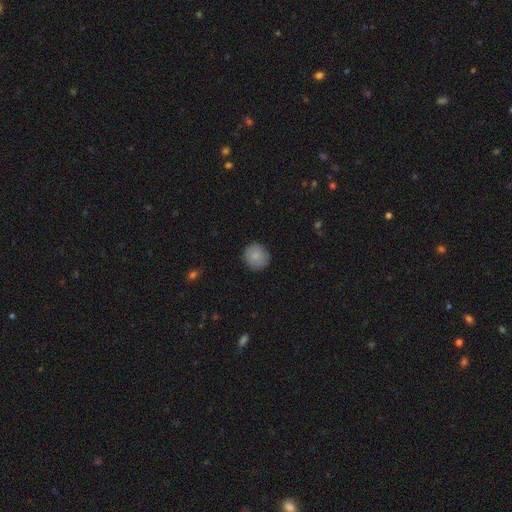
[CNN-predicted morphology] Smooth or featured? Predicted: smooth (p=0.86). How rounded? Predicted: round (p=0.93). Merging? Predicted: none (p=0.89).